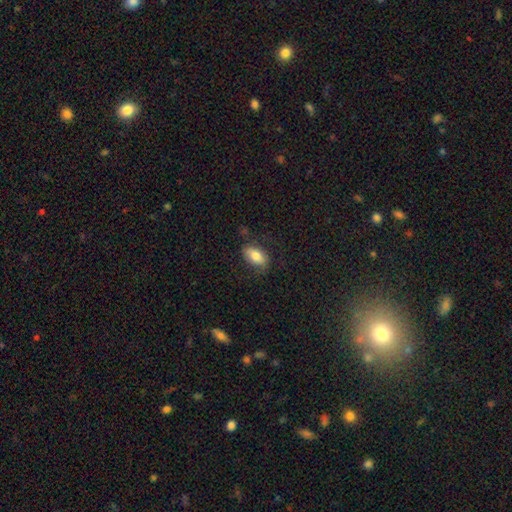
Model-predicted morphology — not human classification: Smooth or featured? smooth (78%)
How rounded? in between (91%)
Merging? none (72%)